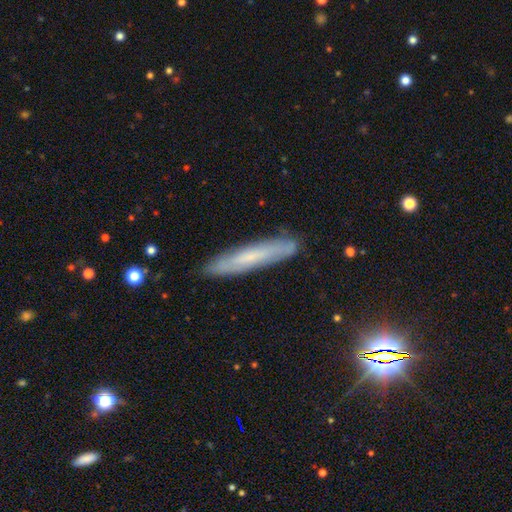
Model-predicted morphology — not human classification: Q: Smooth or featured?
A: smooth (51%); runner-up: featured or disk (38%)
Q: How rounded?
A: cigar-shaped (92%); runner-up: in between (7%)
Q: Merging?
A: none (88%); runner-up: minor disturbance (9%)